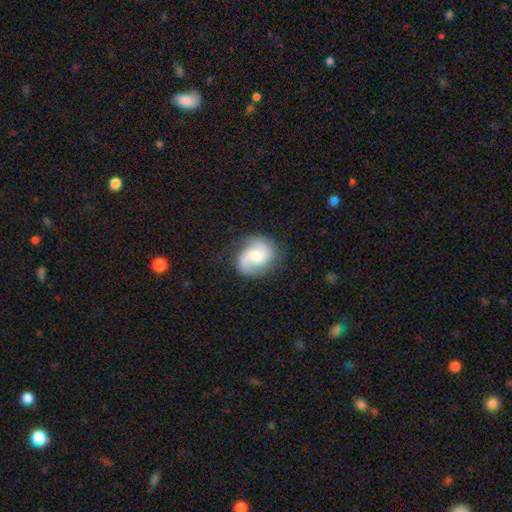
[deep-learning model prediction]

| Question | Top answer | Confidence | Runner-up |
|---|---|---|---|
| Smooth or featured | featured or disk | 74% | smooth (19%) |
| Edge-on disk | no | 98% | yes (2%) |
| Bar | no | 58% | weak (36%) |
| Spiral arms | yes | 96% | no (4%) |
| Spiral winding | medium | 47% | loose (30%) |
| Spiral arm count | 2 | 75% | 1 (8%) |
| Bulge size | moderate | 48% | small (37%) |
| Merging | none | 73% | minor disturbance (17%) |